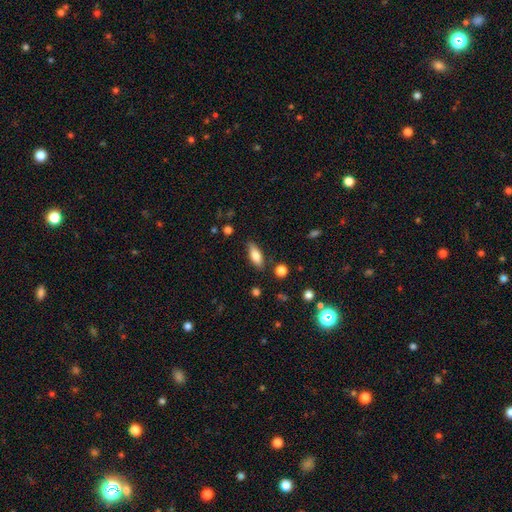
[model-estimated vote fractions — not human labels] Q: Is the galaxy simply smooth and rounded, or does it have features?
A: smooth — 79%.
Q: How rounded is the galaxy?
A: in between — 74%.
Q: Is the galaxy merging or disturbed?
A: none — 80%.